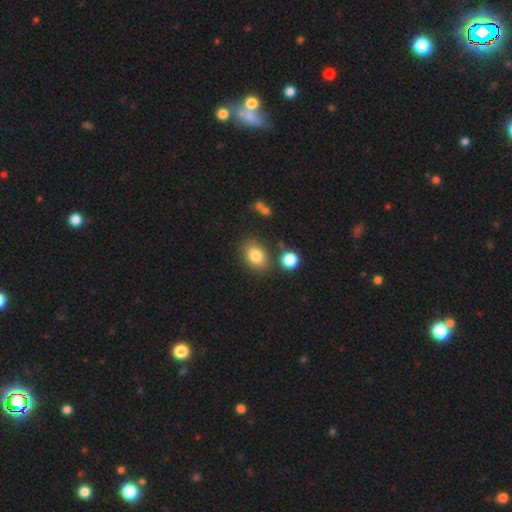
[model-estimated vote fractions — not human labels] Q: Smooth or featured?
A: smooth (82%); runner-up: star or artifact (9%)
Q: How rounded?
A: in between (71%); runner-up: round (28%)
Q: Merging?
A: none (76%); runner-up: minor disturbance (12%)